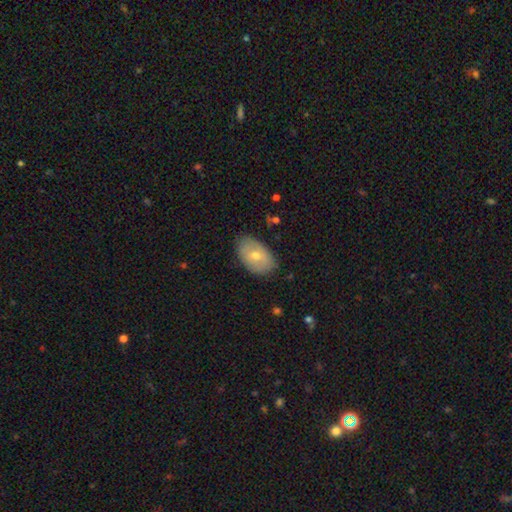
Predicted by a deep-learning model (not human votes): Smooth or featured: smooth — 61% (featured or disk — 31%)
How rounded: in between — 90% (round — 9%)
Merging: none — 80% (minor disturbance — 16%)